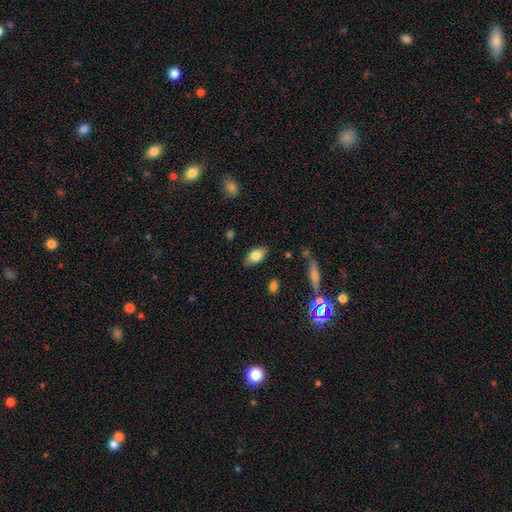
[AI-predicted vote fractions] This appears to be a smooth galaxy with no disk features (76%) that is in between round and cigar-shaped (89%). Merging: none (84%).